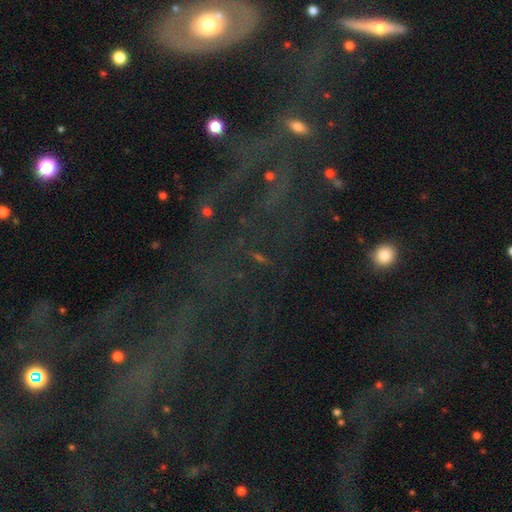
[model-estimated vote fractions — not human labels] Overall: star or artifact (49%; featured or disk 31%).